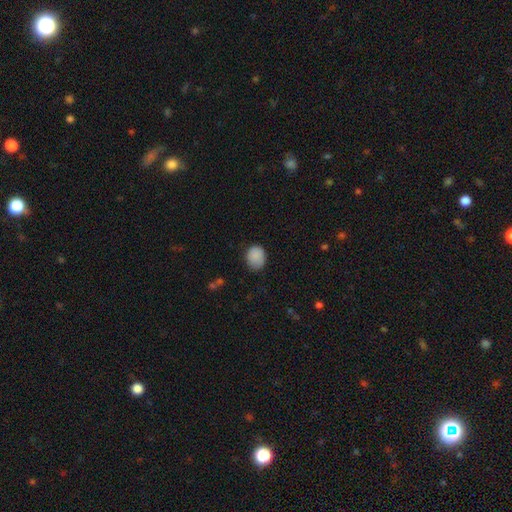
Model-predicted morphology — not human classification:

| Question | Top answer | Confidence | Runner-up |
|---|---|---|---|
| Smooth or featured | smooth | 87% | star or artifact (8%) |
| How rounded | round | 58% | in between (41%) |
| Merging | none | 71% | minor disturbance (23%) |